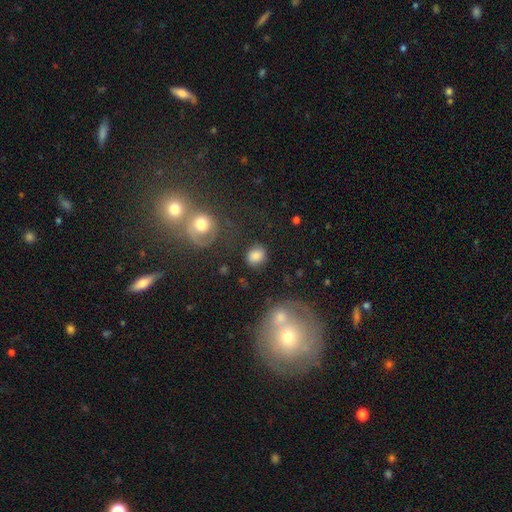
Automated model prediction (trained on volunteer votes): This is likely a smooth galaxy (80%). How rounded: likely round (63%). Merging: likely none (74%).